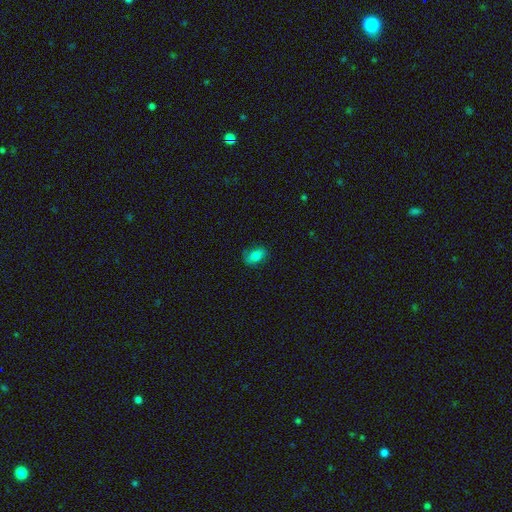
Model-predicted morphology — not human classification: The model was most divided on "merging": none: 79%, minor disturbance: 16%, major disturbance: 3%, merger: 1%. More confident: how rounded — in between (85%); smooth or featured — smooth (77%).